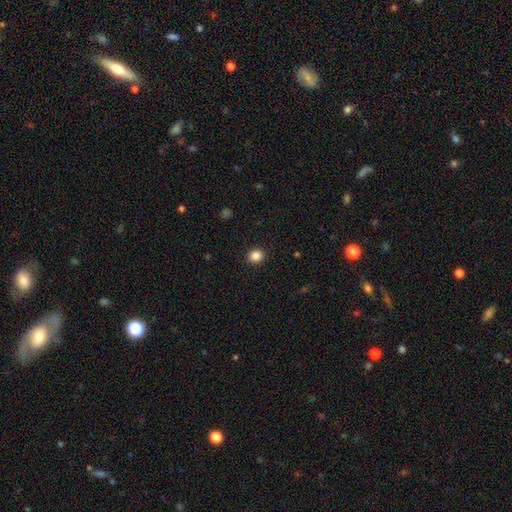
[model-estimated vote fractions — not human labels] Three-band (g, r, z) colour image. It shows a smooth galaxy with no disk features (85%) that is round (82%). Merging: none (92%).